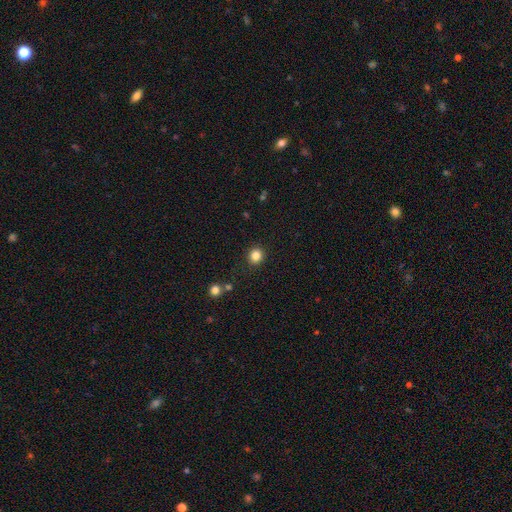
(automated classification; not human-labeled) The model was most divided on "smooth or featured": smooth: 84%, star or artifact: 12%, featured or disk: 5%. More confident: merging — none (90%); how rounded — round (88%).